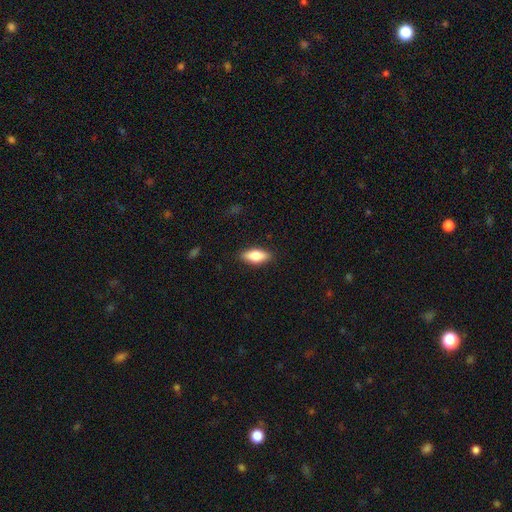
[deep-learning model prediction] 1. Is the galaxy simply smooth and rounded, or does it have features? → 76% smooth, 17% featured or disk, 6% star or artifact.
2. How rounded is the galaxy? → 80% in between, 18% cigar-shaped, 3% round.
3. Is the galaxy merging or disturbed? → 88% none, 9% minor disturbance, 2% major disturbance, 1% merger.